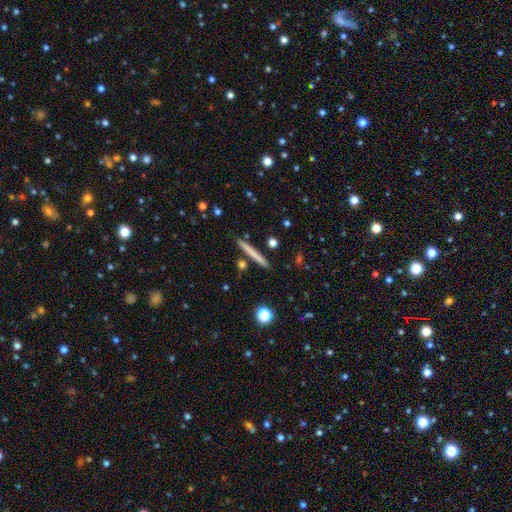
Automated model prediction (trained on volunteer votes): Morphology: type=smooth (67%); roundness=cigar-shaped (96%); merging=none (88%).